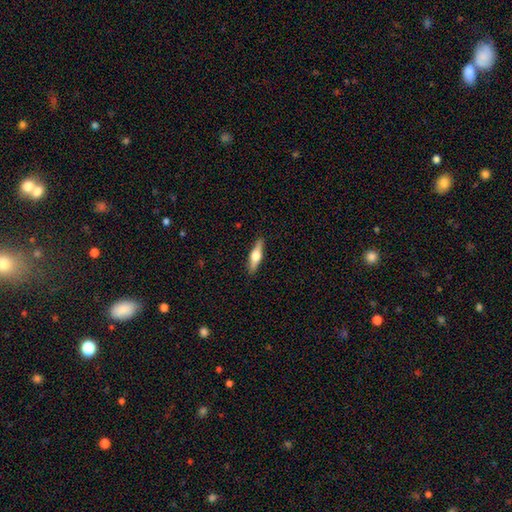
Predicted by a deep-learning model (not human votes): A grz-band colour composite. It shows a featured or disk galaxy (56%) viewed edge-on (96%) with a rounded central bulge (94%). Merging: none (89%).